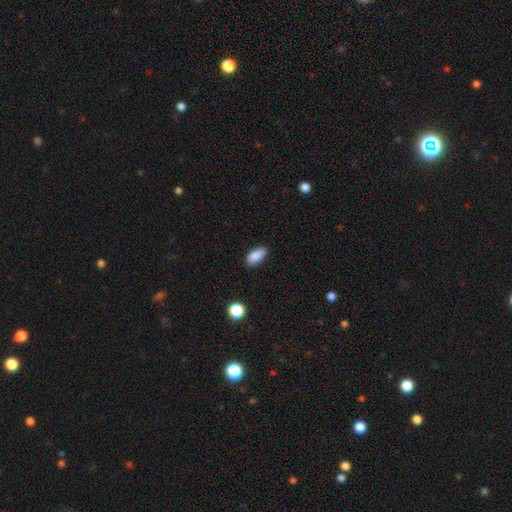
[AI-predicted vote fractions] Q: Smooth or featured?
A: smooth (88%); runner-up: star or artifact (8%)
Q: How rounded?
A: in between (89%); runner-up: cigar-shaped (8%)
Q: Merging?
A: none (83%); runner-up: minor disturbance (13%)